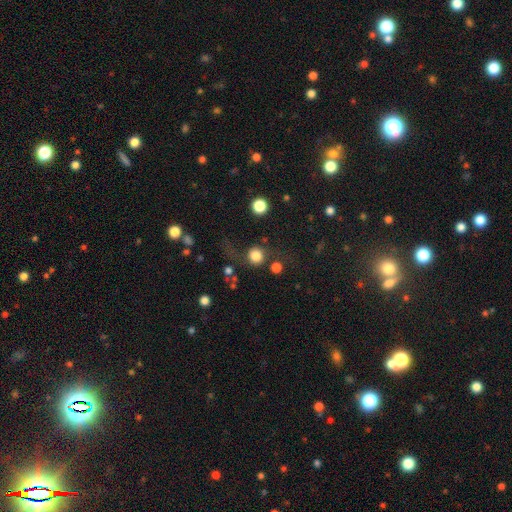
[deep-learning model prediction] Smooth or featured? Predicted: smooth (p=0.79). How rounded? Predicted: round (p=0.91). Merging? Predicted: none (p=0.68).